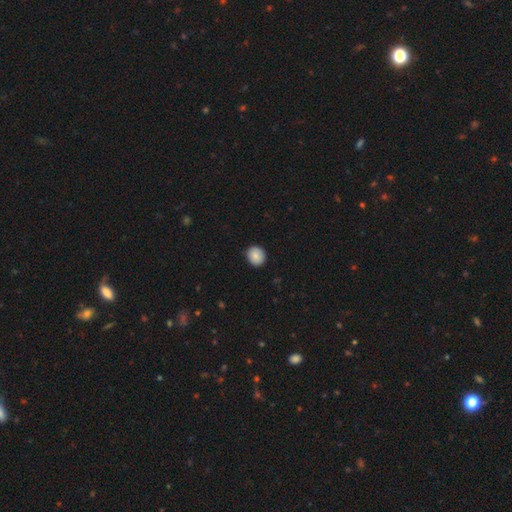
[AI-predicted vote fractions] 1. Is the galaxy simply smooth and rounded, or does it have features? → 87% smooth, 8% star or artifact, 6% featured or disk.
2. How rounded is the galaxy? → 84% round, 15% in between, 1% cigar-shaped.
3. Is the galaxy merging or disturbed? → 90% none, 8% minor disturbance, 2% major disturbance, 1% merger.